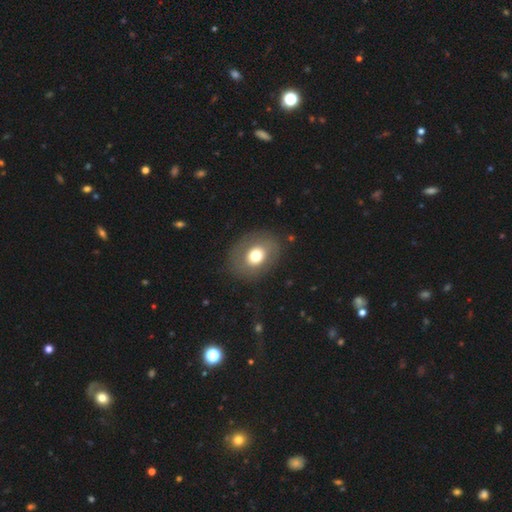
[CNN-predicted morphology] A smooth galaxy with no disk features (64%) that is round (50%).

Vote fractions:
- Smooth or featured? smooth: 64% / featured or disk: 27% / star or artifact: 9%
- How rounded? round: 50% / in between: 49% / cigar-shaped: 1%
- Merging? none: 81% / minor disturbance: 11% / major disturbance: 6% / merger: 1%